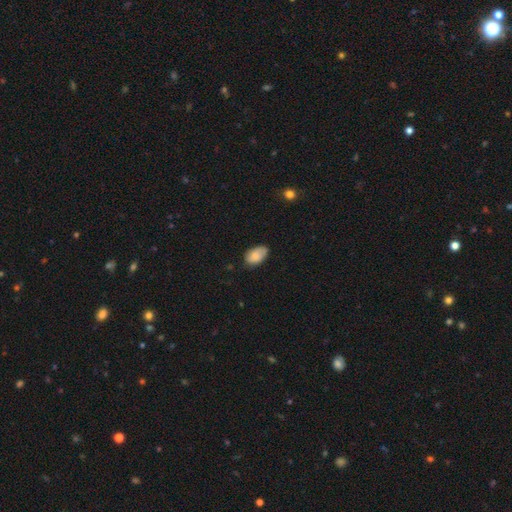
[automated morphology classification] smooth-or-featured: smooth: 83% | featured or disk: 10% | star or artifact: 7%
  how-rounded: in between: 93% | round: 6% | cigar-shaped: 1%
  merging: none: 70% | minor disturbance: 25% | major disturbance: 4% | merger: 1%